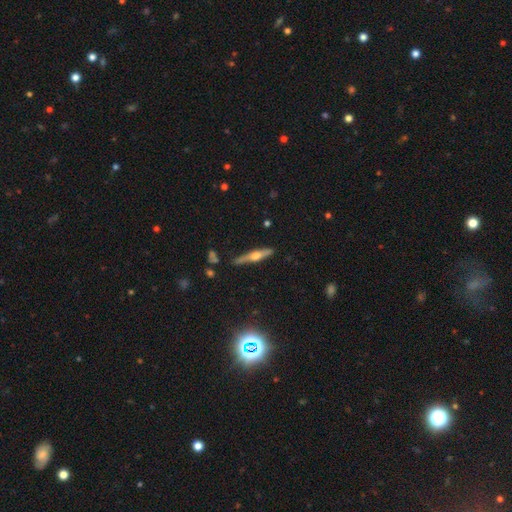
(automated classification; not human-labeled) Q: Smooth or featured?
A: featured or disk (64%); runner-up: smooth (29%)
Q: Edge-on disk?
A: yes (96%); runner-up: no (4%)
Q: Edge-on bulge?
A: rounded (89%); runner-up: boxy (7%)
Q: Merging?
A: none (85%); runner-up: minor disturbance (11%)